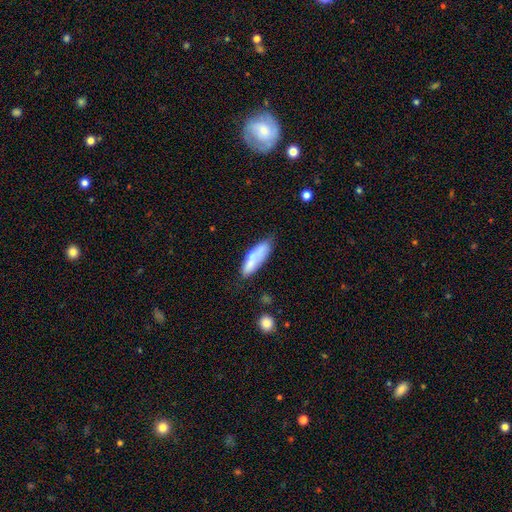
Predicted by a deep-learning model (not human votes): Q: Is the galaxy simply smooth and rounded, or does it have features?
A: smooth — 71%.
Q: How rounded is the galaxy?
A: in between — 50%.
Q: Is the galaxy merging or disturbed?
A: none — 57%.